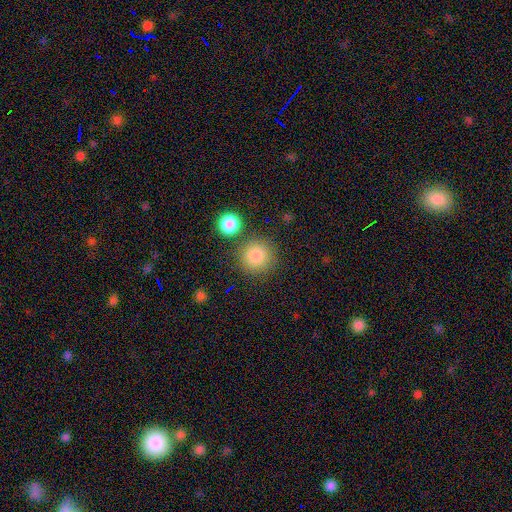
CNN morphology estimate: This appears to be a smooth galaxy with no disk features (84%) that is round (94%). Merging: none (78%).